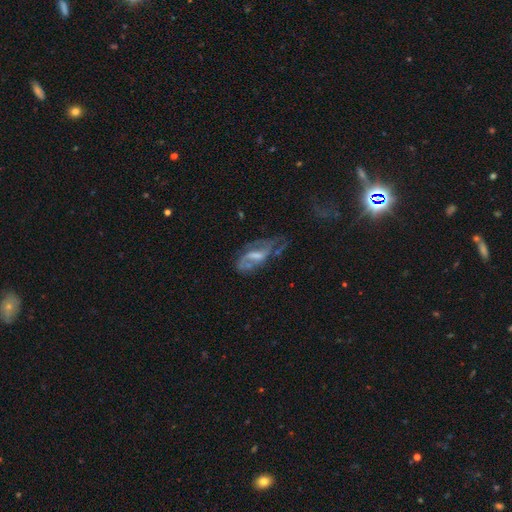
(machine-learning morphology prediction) Overall: featured or disk (66%). Edge-on disk: no (87%). Bar: weak (46%; no 34%). Spiral arms: yes (72%). Bulge size: moderate (39%; small 32%). Merging: none (42%; major disturbance 27%).